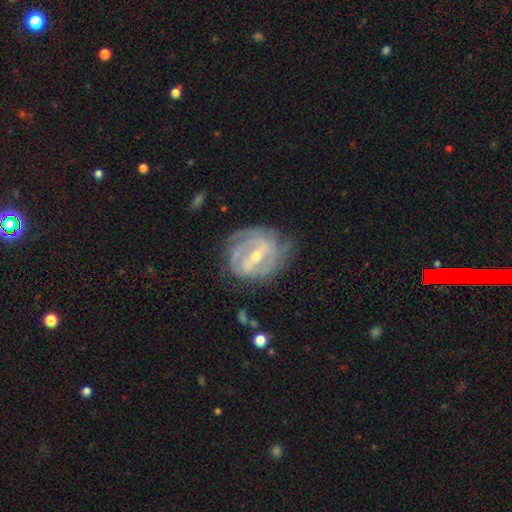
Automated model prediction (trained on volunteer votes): This appears to be a featured or disk galaxy (86%) with a strong bar (50%), 2 (36%) tight (61%) spiral arms (91%) and a small central bulge (53%). Merging: none (66%).